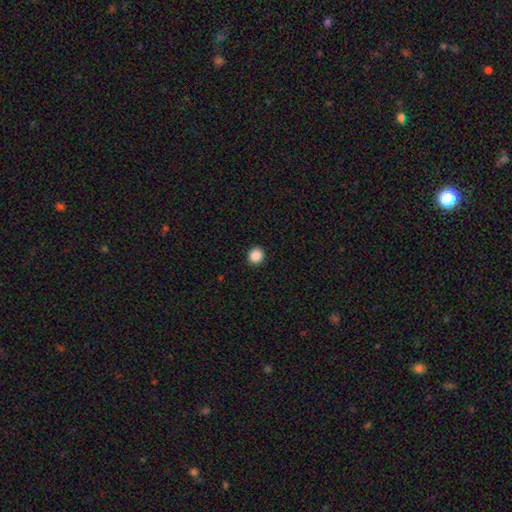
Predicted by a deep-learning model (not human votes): smooth_or_featured: smooth (p=0.88) [alt: star or artifact p=0.10]
how_rounded: round (p=0.90) [alt: in between p=0.09]
merging: none (p=0.92) [alt: minor disturbance p=0.05]